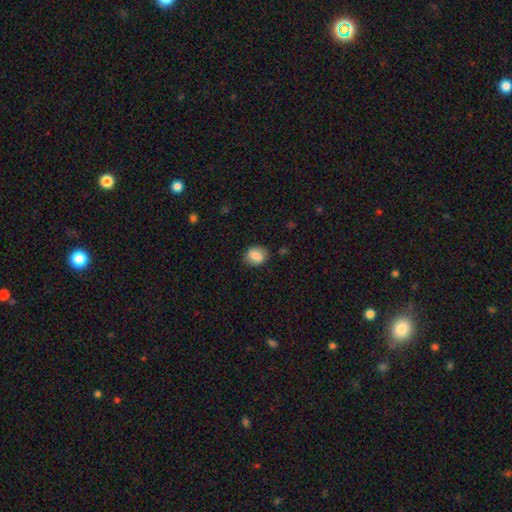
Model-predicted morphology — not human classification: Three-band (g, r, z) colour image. It shows a smooth galaxy with no disk features (82%) that is in between round and cigar-shaped (52%). Merging: none (82%).